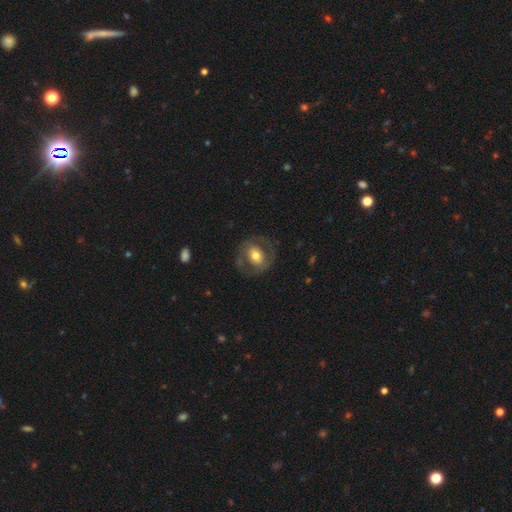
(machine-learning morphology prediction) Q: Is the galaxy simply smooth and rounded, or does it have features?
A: smooth — 47%.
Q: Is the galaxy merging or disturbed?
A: none — 73%.